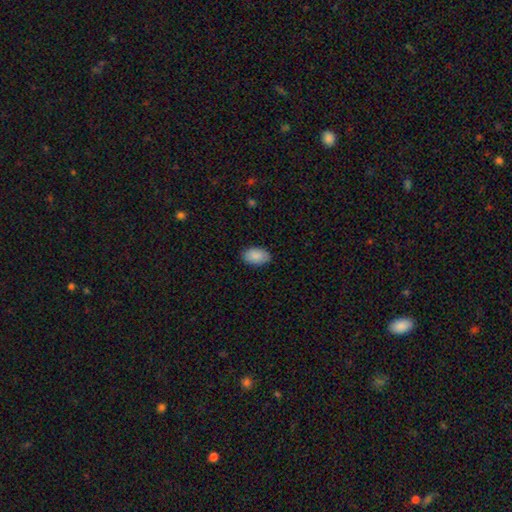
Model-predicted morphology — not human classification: This appears to be a smooth galaxy with no disk features (89%) that is in between round and cigar-shaped (93%). Merging: none (86%).